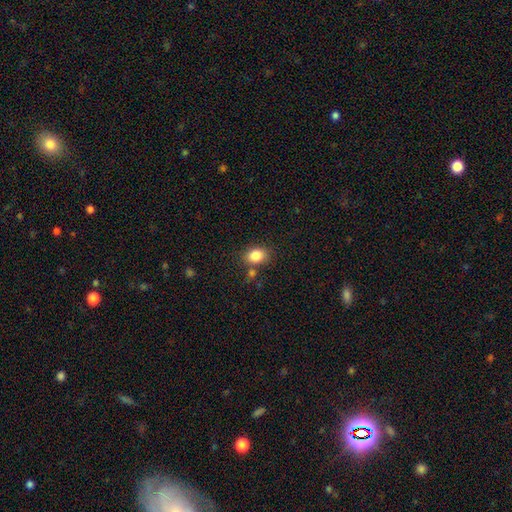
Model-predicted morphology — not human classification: This is clearly a smooth galaxy (84%). How rounded: possibly in between (54%). Merging: likely none (72%).